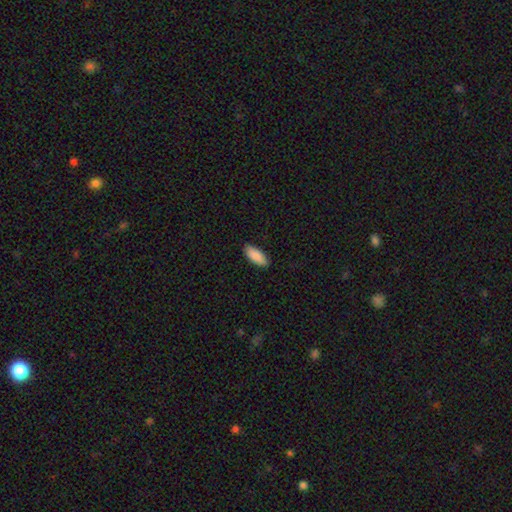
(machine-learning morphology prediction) Smooth or featured? smooth (90%)
How rounded? in between (84%)
Merging? none (89%)